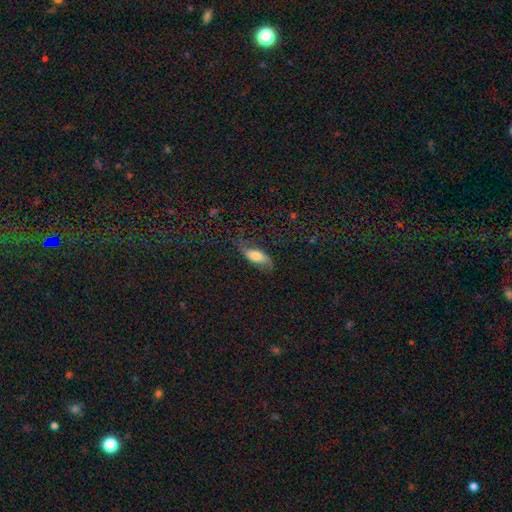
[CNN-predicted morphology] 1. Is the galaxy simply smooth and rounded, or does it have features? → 54% smooth, 37% featured or disk, 9% star or artifact.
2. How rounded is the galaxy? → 70% in between, 26% cigar-shaped, 3% round.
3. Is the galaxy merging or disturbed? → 59% none, 24% minor disturbance, 15% major disturbance, 2% merger.